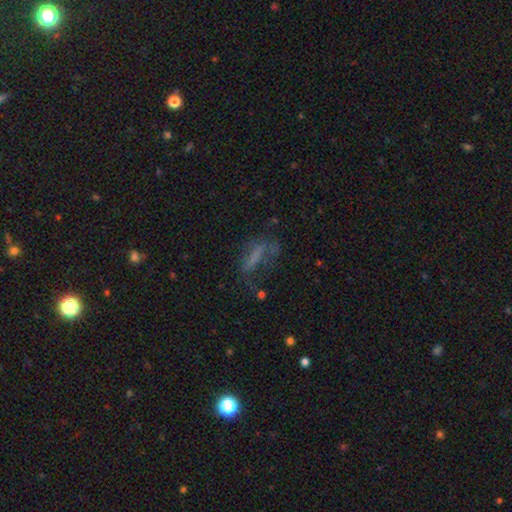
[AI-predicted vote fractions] This appears to be a smooth galaxy with no disk features (47%). Merging: none (38%).